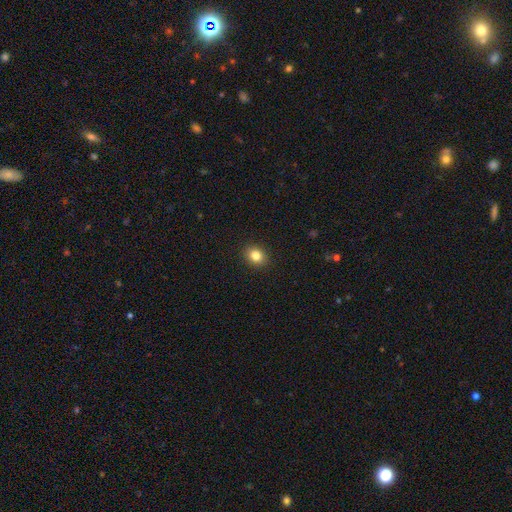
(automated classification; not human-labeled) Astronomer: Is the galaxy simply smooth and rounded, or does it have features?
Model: smooth — 83%.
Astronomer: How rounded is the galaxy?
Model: round — 56% (runner-up: in between, 43%).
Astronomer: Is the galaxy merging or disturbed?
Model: none — 91%.